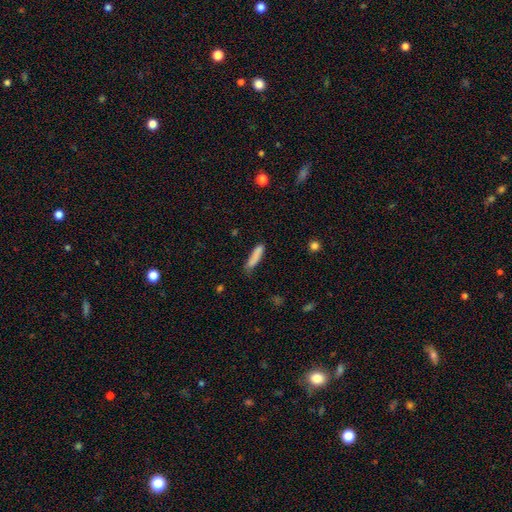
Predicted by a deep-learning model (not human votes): Q: Smooth or featured?
A: smooth (84%); runner-up: featured or disk (9%)
Q: How rounded?
A: cigar-shaped (80%); runner-up: in between (18%)
Q: Merging?
A: none (67%); runner-up: minor disturbance (24%)